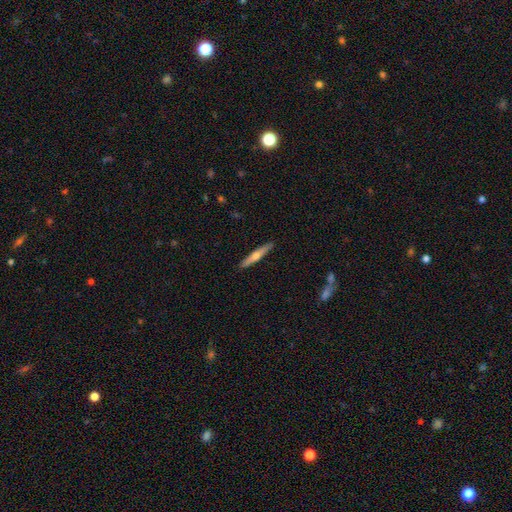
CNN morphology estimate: Overall: featured or disk (51%; smooth 43%). Edge-on disk: yes (96%). Merging: none (91%).